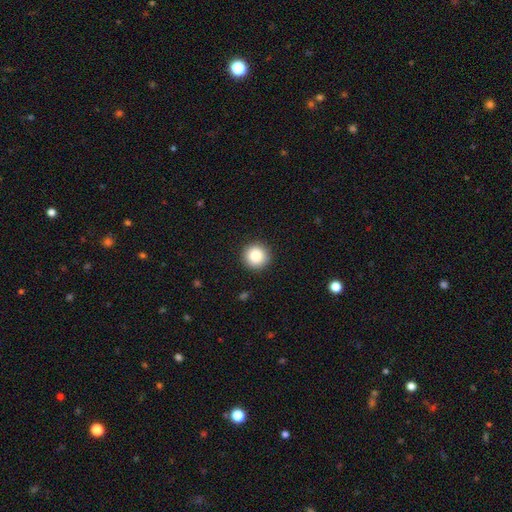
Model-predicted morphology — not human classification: A smooth galaxy with no disk features (86%) that is round (95%).

Vote fractions:
- Smooth or featured? smooth: 86% / star or artifact: 9% / featured or disk: 6%
- How rounded? round: 95% / in between: 4% / cigar-shaped: 1%
- Merging? none: 92% / minor disturbance: 6% / major disturbance: 2% / merger: 1%